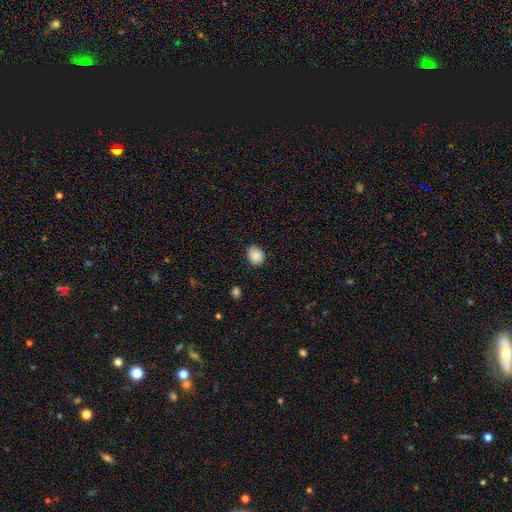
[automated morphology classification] A smooth galaxy with no disk features (88%) that is round (61%).

Vote fractions:
- Smooth or featured? smooth: 88% / star or artifact: 8% / featured or disk: 4%
- How rounded? round: 61% / in between: 39% / cigar-shaped: 1%
- Merging? none: 84% / minor disturbance: 13% / major disturbance: 2% / merger: 1%